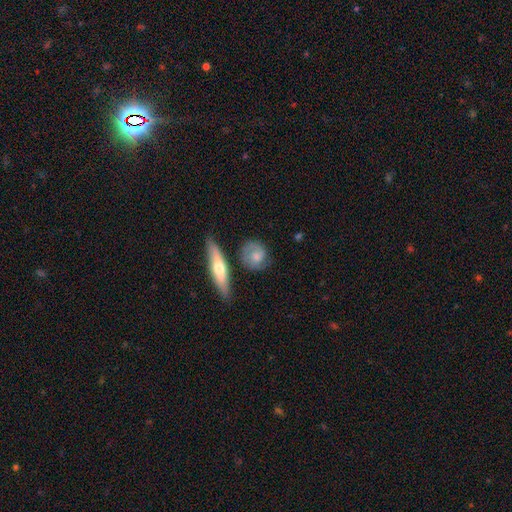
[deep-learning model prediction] A featured or disk galaxy (48%).

Vote fractions:
- Smooth or featured? featured or disk: 48% / smooth: 46% / star or artifact: 6%
- Merging? none: 68% / minor disturbance: 20% / major disturbance: 6% / merger: 5%